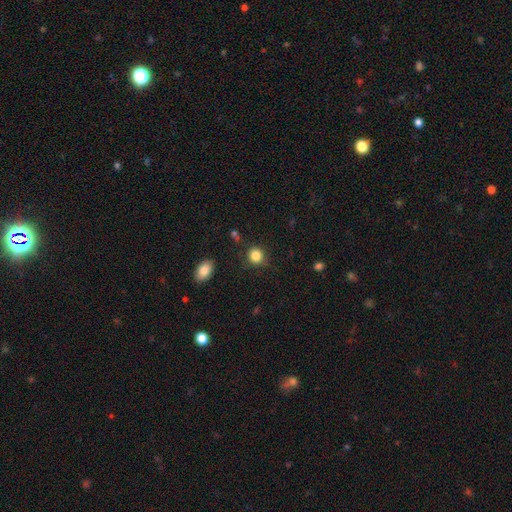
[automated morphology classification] Smooth or featured?
  - smooth: 85% *
  - star or artifact: 10%
  - featured or disk: 5%
How rounded?
  - round: 84% *
  - in between: 15%
  - cigar-shaped: 1%
Merging?
  - none: 81% *
  - minor disturbance: 13%
  - major disturbance: 4%
  - merger: 3%